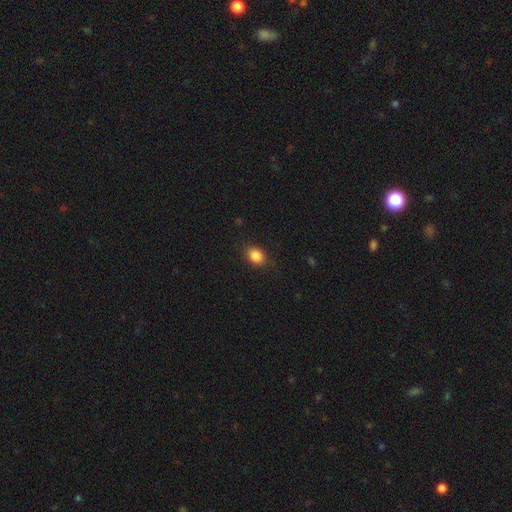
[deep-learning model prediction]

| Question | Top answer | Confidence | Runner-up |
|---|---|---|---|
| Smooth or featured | smooth | 87% | star or artifact (9%) |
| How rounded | in between | 65% | round (33%) |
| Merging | none | 85% | minor disturbance (11%) |